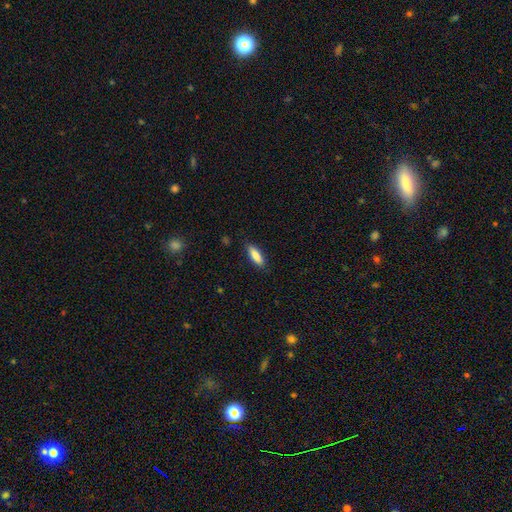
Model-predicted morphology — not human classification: type=smooth (86%); roundness=in between (55%); merging=none (85%).